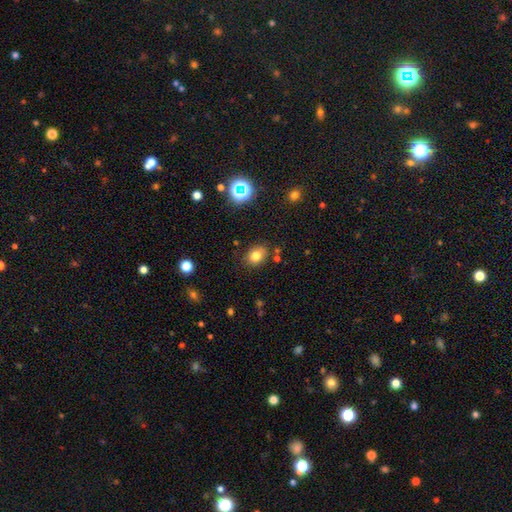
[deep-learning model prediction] Smooth or featured? smooth (78%)
How rounded? in between (59%)
Merging? none (82%)